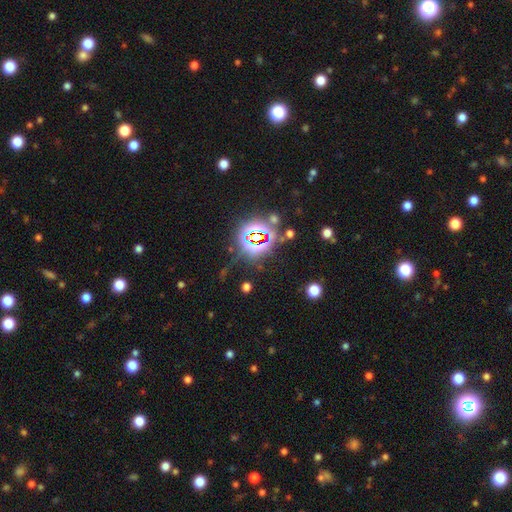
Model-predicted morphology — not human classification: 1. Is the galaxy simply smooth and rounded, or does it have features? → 82% star or artifact, 11% smooth, 7% featured or disk.